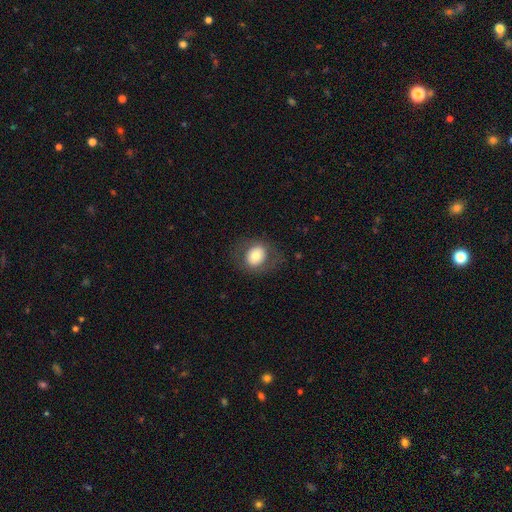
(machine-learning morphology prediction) This is likely a smooth galaxy (69%). How rounded: likely round (65%). Merging: likely none (78%).